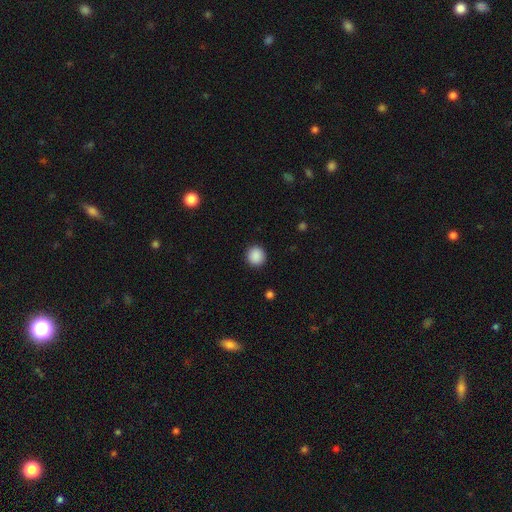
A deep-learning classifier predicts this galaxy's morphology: smooth-or-featured: smooth: 89% | star or artifact: 9% | featured or disk: 2%
  how-rounded: round: 92% | in between: 7% | cigar-shaped: 1%
  merging: none: 91% | minor disturbance: 6% | major disturbance: 2% | merger: 1%